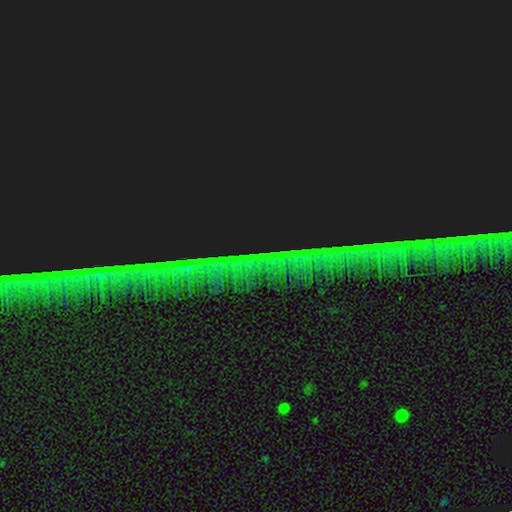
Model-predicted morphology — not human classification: Q: Smooth or featured?
A: star or artifact (85%); runner-up: featured or disk (8%)